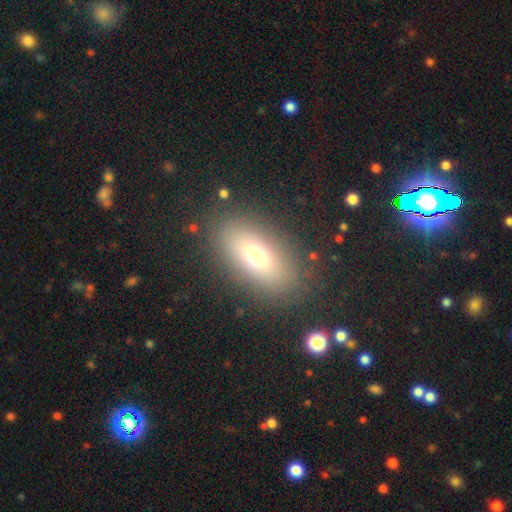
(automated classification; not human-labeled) This is likely a smooth galaxy (70%). How rounded: clearly in between (84%). Merging: clearly none (86%).